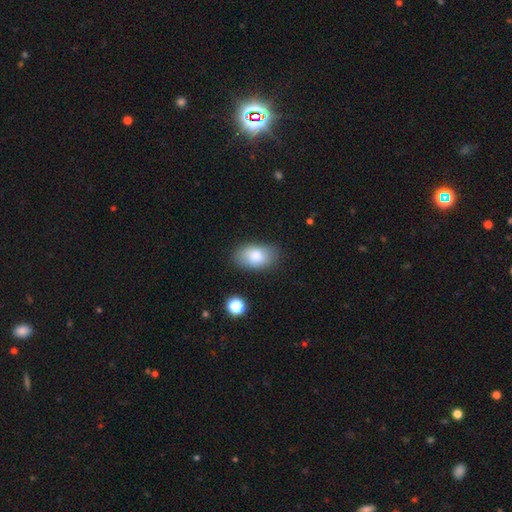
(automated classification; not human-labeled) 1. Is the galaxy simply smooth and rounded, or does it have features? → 80% smooth, 12% featured or disk, 8% star or artifact.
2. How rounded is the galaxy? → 90% in between, 9% round, 1% cigar-shaped.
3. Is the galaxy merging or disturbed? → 81% none, 14% minor disturbance, 3% major disturbance, 2% merger.